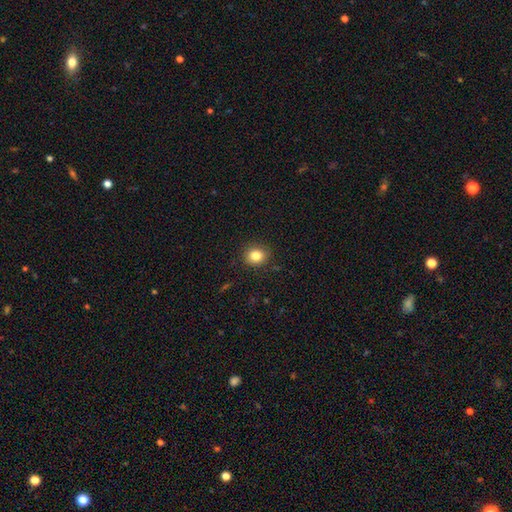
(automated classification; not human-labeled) A smooth galaxy with no disk features (83%) that is round (75%).

Vote fractions:
- Smooth or featured? smooth: 83% / star or artifact: 11% / featured or disk: 6%
- How rounded? round: 75% / in between: 24% / cigar-shaped: 1%
- Merging? none: 89% / minor disturbance: 8% / major disturbance: 2% / merger: 1%